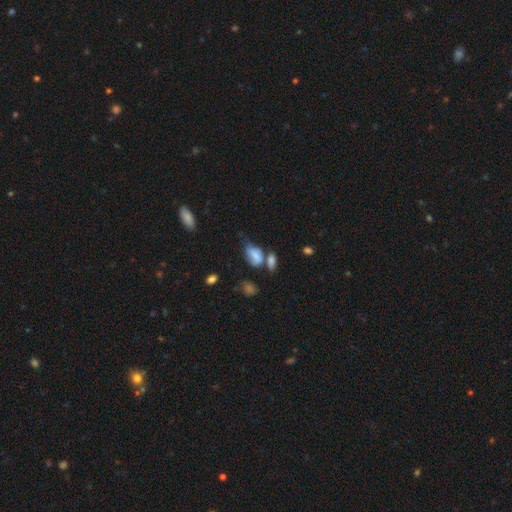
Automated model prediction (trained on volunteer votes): Morphology: type=smooth (64%); roundness=in between (86%); merging=merger (31%).